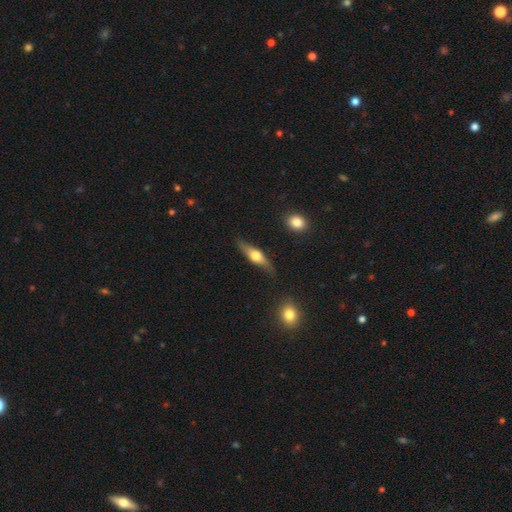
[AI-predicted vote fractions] Smooth or featured: featured or disk — 52% (smooth — 42%)
Edge-on disk: yes — 88% (no — 12%)
Merging: none — 81% (minor disturbance — 14%)